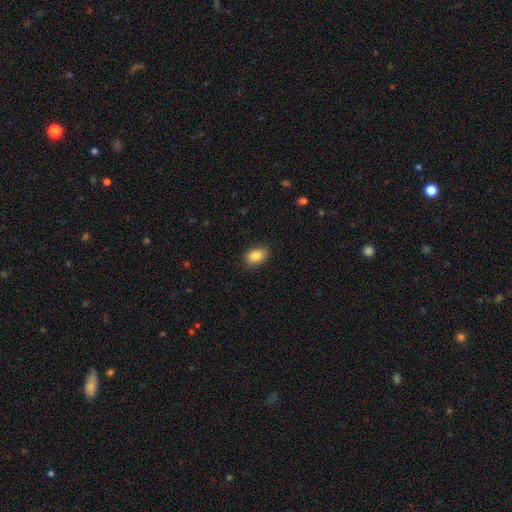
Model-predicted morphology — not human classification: Q: Smooth or featured?
A: smooth (86%); runner-up: star or artifact (8%)
Q: How rounded?
A: in between (83%); runner-up: round (16%)
Q: Merging?
A: none (85%); runner-up: minor disturbance (12%)